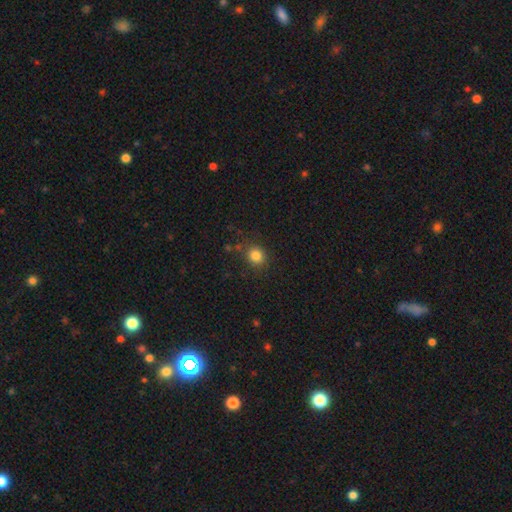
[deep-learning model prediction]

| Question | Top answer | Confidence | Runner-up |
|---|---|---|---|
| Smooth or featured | smooth | 83% | star or artifact (12%) |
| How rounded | round | 82% | in between (17%) |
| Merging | none | 82% | minor disturbance (11%) |